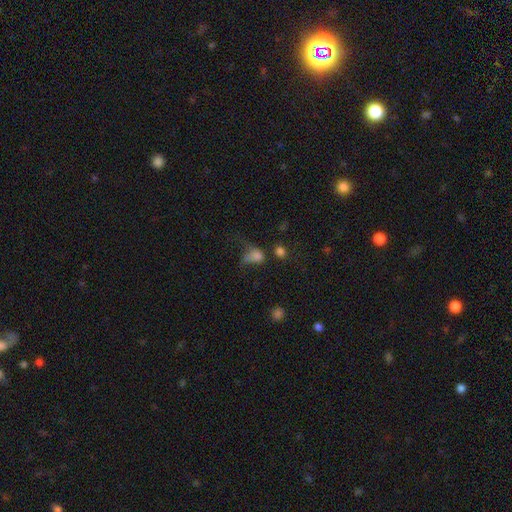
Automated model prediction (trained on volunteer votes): The model was most divided on "merging": major disturbance: 43%, none: 23%, minor disturbance: 19%, merger: 15%. More confident: smooth or featured — smooth (68%); how rounded — in between (60%).